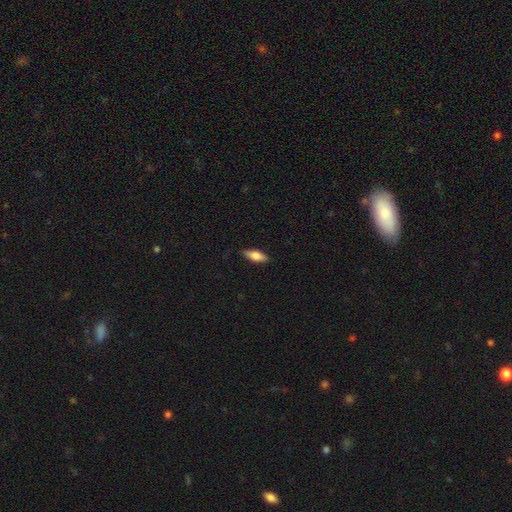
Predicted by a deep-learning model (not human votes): smooth_or_featured: smooth (p=0.69) [alt: featured or disk p=0.25]
how_rounded: in between (p=0.64) [alt: cigar-shaped p=0.33]
merging: none (p=0.87) [alt: minor disturbance p=0.11]